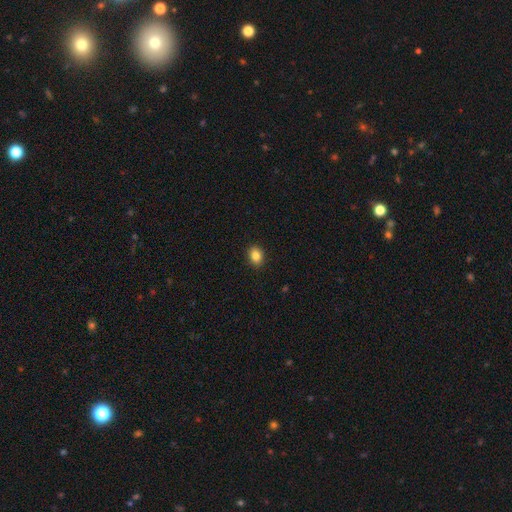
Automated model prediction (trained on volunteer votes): The model was most divided on "how rounded": in between: 64%, round: 35%, cigar-shaped: 1%. More confident: merging — none (90%); smooth or featured — smooth (85%).